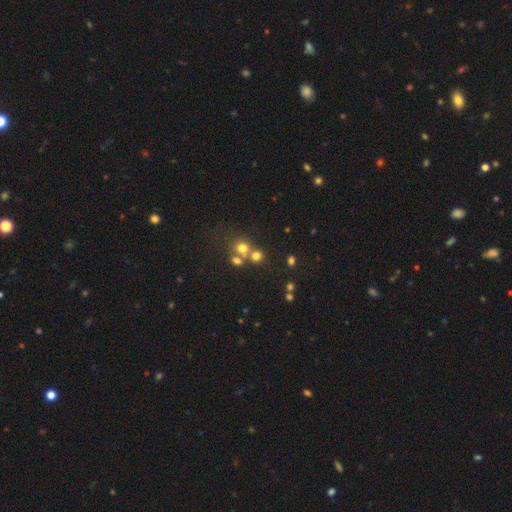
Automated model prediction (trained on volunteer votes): Smooth or featured: smooth — 68% (star or artifact — 19%)
How rounded: round — 84% (in between — 15%)
Merging: none — 49% (merger — 40%)